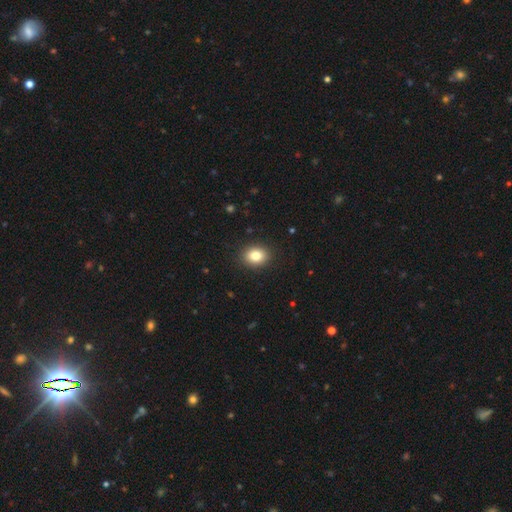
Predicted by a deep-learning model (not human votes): This is clearly a smooth galaxy (82%). How rounded: possibly round (54%). Merging: clearly none (90%).